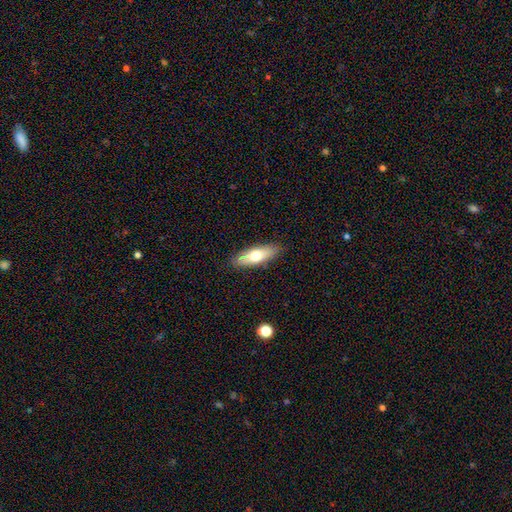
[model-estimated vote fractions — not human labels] smooth_or_featured: smooth (p=0.63) [alt: featured or disk p=0.31]
how_rounded: in between (p=0.56) [alt: cigar-shaped p=0.42]
merging: none (p=0.86) [alt: minor disturbance p=0.10]